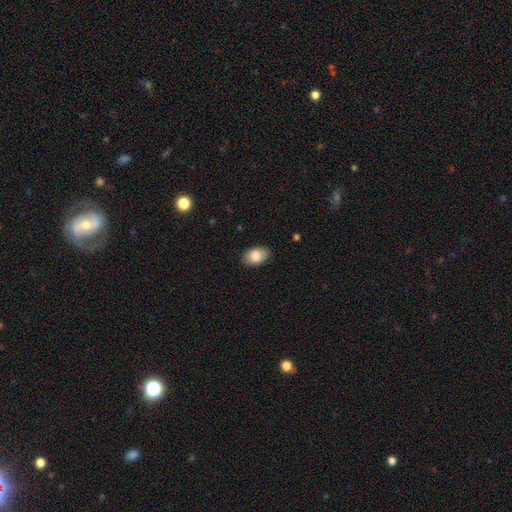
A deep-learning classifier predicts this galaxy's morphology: A smooth galaxy with no disk features (82%) that is in between round and cigar-shaped (89%).

Vote fractions:
- Smooth or featured? smooth: 82% / featured or disk: 11% / star or artifact: 7%
- How rounded? in between: 89% / round: 10% / cigar-shaped: 1%
- Merging? none: 85% / minor disturbance: 11% / major disturbance: 2% / merger: 1%